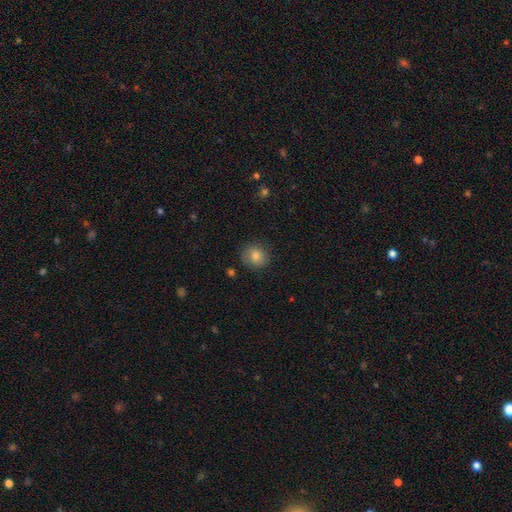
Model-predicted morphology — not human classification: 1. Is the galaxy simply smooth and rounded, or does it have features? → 78% smooth, 11% star or artifact, 11% featured or disk.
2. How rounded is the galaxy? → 79% round, 20% in between, 1% cigar-shaped.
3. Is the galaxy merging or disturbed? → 83% none, 13% minor disturbance, 3% major disturbance, 1% merger.